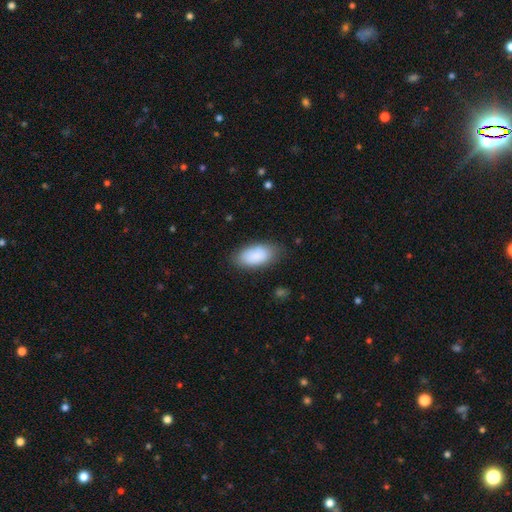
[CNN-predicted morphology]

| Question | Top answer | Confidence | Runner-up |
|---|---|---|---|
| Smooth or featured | smooth | 87% | featured or disk (7%) |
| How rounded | in between | 94% | cigar-shaped (3%) |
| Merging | none | 77% | minor disturbance (17%) |